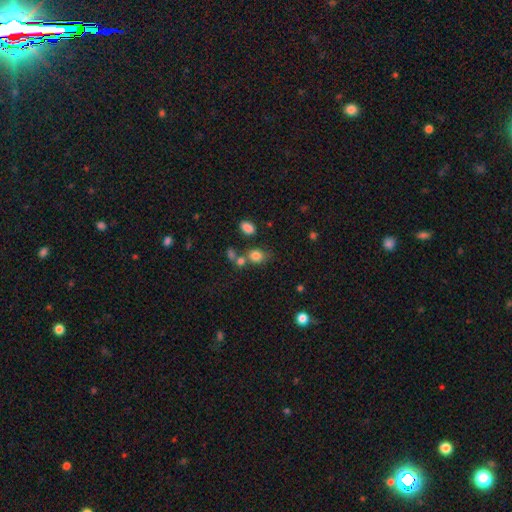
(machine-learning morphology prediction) smooth-or-featured: smooth: 80% | star or artifact: 12% | featured or disk: 7%
  how-rounded: round: 56% | in between: 42% | cigar-shaped: 1%
  merging: none: 59% | merger: 21% | minor disturbance: 14% | major disturbance: 6%